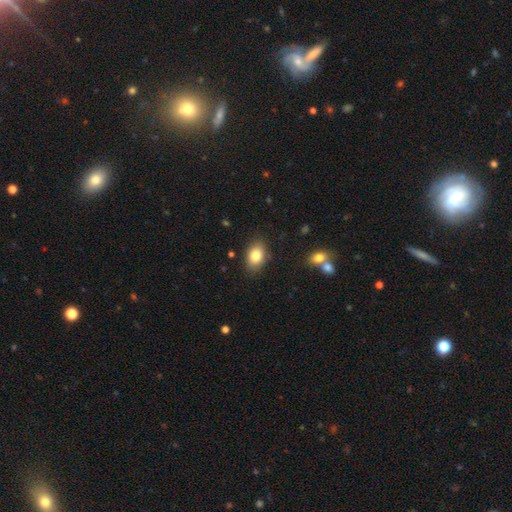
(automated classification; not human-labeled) Smooth or featured?
  - smooth: 82% *
  - featured or disk: 10%
  - star or artifact: 8%
How rounded?
  - in between: 84% *
  - round: 15%
  - cigar-shaped: 1%
Merging?
  - none: 84% *
  - minor disturbance: 11%
  - major disturbance: 3%
  - merger: 2%